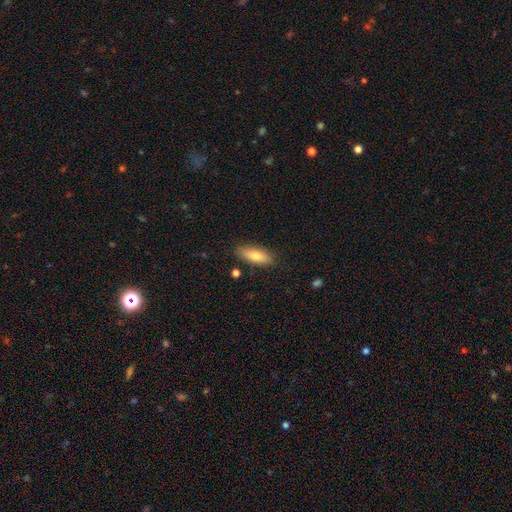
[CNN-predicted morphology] Smooth or featured? Predicted: smooth (p=0.76). How rounded? Predicted: in between (p=0.69). Merging? Predicted: none (p=0.86).